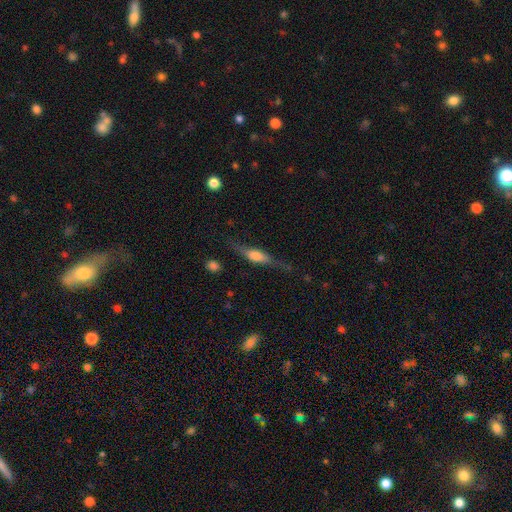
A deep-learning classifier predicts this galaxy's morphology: Smooth or featured: featured or disk — 58% (smooth — 35%)
Edge-on disk: yes — 91% (no — 9%)
Edge-on bulge: rounded — 74% (boxy — 21%)
Merging: none — 72% (minor disturbance — 19%)